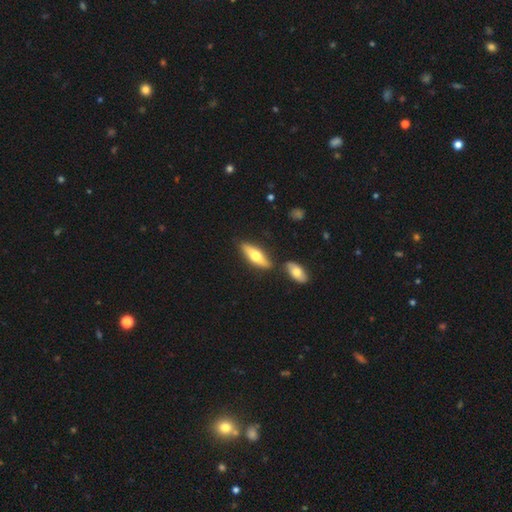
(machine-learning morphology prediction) smooth-or-featured: smooth: 55% | featured or disk: 39% | star or artifact: 6%
  how-rounded: in between: 50% | cigar-shaped: 48% | round: 2%
  merging: none: 74% | merger: 12% | minor disturbance: 11% | major disturbance: 3%